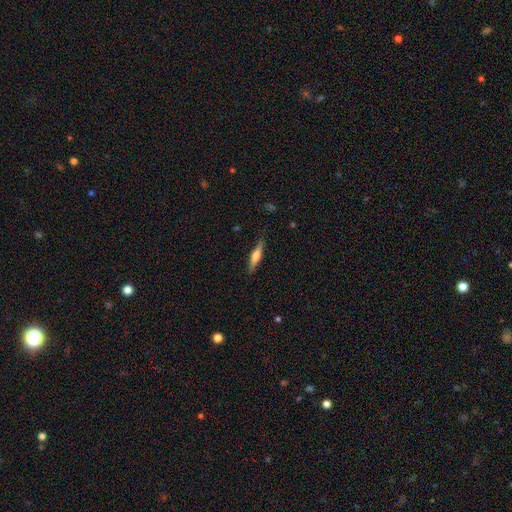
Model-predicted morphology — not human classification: smooth-or-featured: smooth: 52% | featured or disk: 42% | star or artifact: 6%
  how-rounded: cigar-shaped: 83% | in between: 15% | round: 2%
  merging: none: 87% | minor disturbance: 10% | major disturbance: 2% | merger: 1%